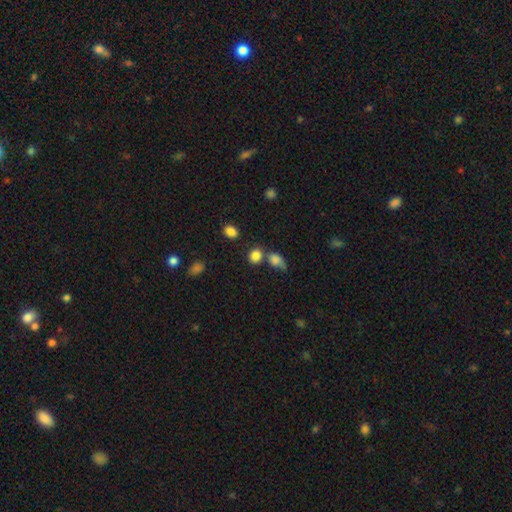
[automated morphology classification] smooth-or-featured: smooth: 83% | star or artifact: 11% | featured or disk: 6%
  how-rounded: round: 67% | in between: 32% | cigar-shaped: 1%
  merging: none: 55% | merger: 27% | minor disturbance: 13% | major disturbance: 6%